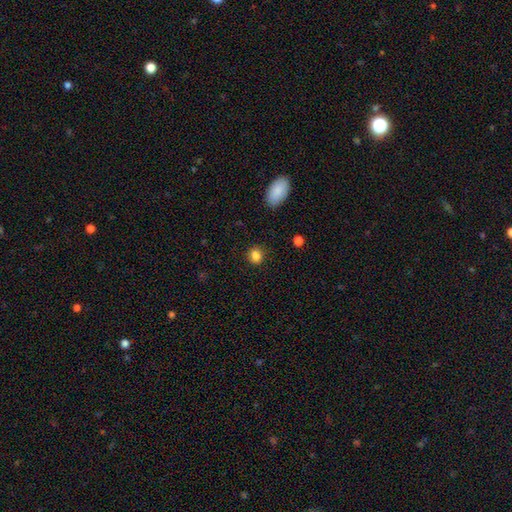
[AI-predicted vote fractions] This is clearly a smooth galaxy (84%). How rounded: likely round (71%). Merging: clearly none (85%).